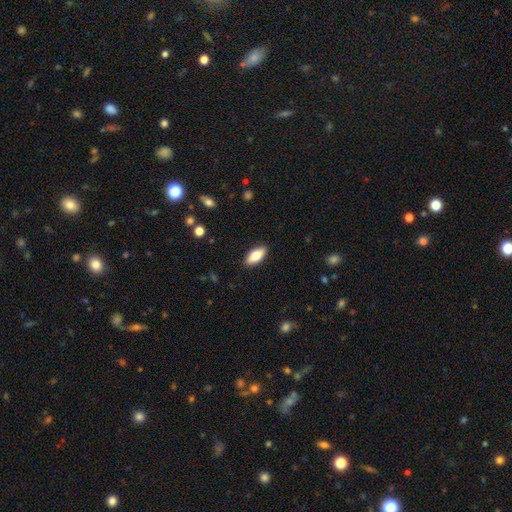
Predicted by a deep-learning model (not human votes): Smooth or featured? Predicted: smooth (p=0.78). How rounded? Predicted: in between (p=0.84). Merging? Predicted: none (p=0.89).